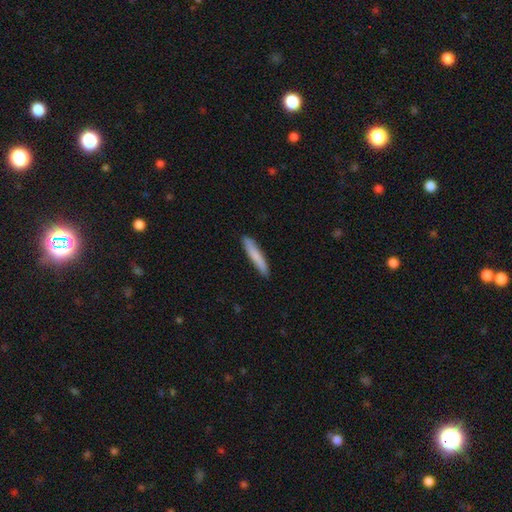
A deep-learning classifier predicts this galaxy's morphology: This is likely a smooth galaxy (78%). How rounded: clearly cigar-shaped (93%). Merging: clearly none (88%).